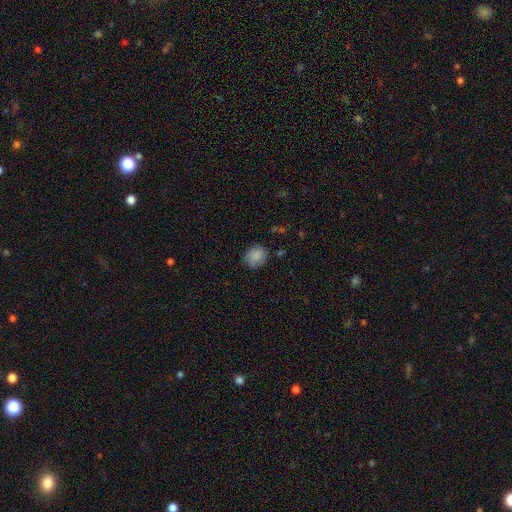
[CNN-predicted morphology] Smooth or featured? Predicted: smooth (p=0.84). How rounded? Predicted: round (p=0.79). Merging? Predicted: none (p=0.75).